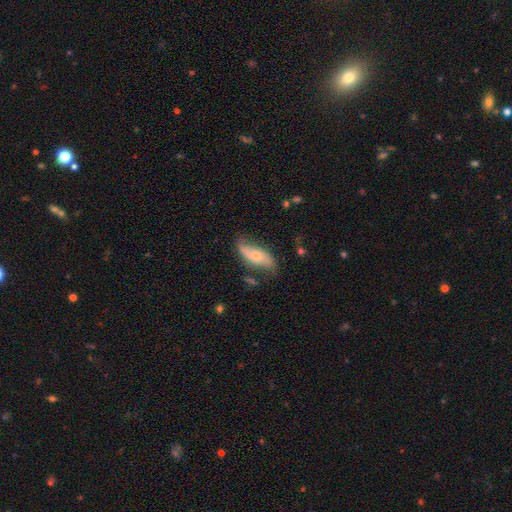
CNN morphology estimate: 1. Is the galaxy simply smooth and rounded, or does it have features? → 56% featured or disk, 38% smooth, 6% star or artifact.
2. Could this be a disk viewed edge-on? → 86% no, 14% yes.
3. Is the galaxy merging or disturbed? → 61% none, 27% minor disturbance, 9% major disturbance, 3% merger.